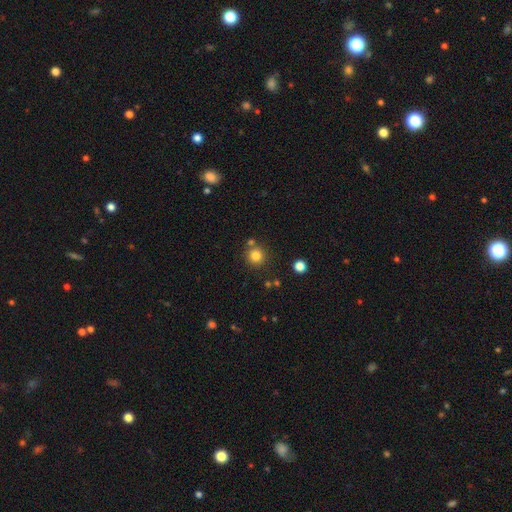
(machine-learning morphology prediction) The model was most divided on "smooth or featured": smooth: 81%, star or artifact: 12%, featured or disk: 6%. More confident: how rounded — round (94%); merging — none (80%).